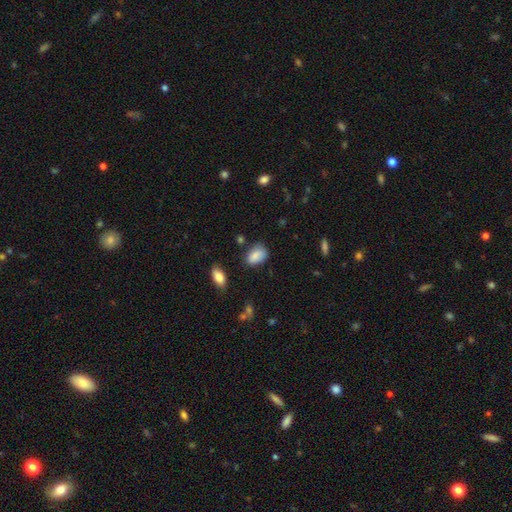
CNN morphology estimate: smooth_or_featured: smooth (p=0.84) [alt: star or artifact p=0.08]
how_rounded: in between (p=0.86) [alt: round p=0.13]
merging: none (p=0.69) [alt: minor disturbance p=0.23]